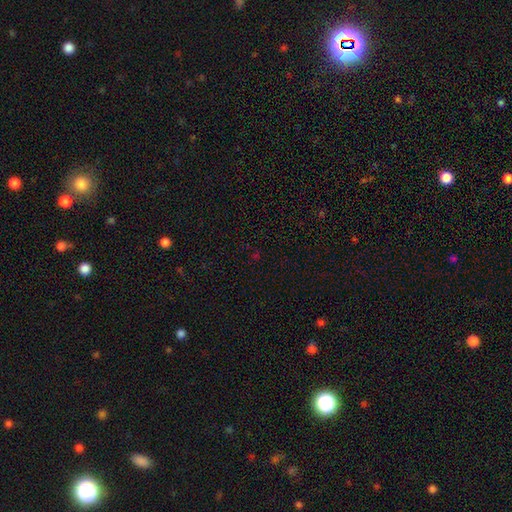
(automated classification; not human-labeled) Overall: star or artifact (64%; smooth 29%).